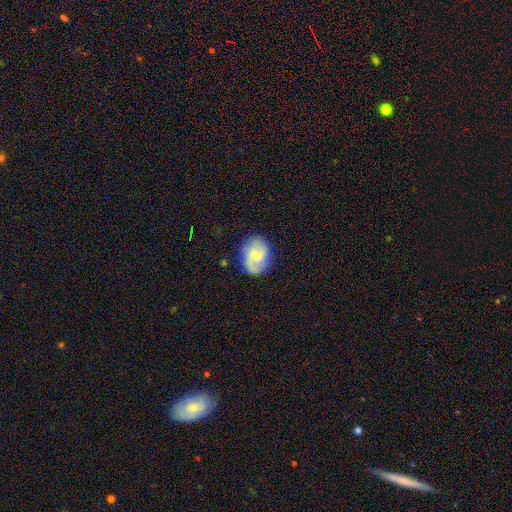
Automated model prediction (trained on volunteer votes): smooth-or-featured: featured or disk: 61% | smooth: 32% | star or artifact: 7%
  disk-edge-on: no: 98% | yes: 2%
    bar: weak: 53% | no: 39% | strong: 8%
    has-spiral-arms: yes: 91% | no: 9%
      spiral-winding: medium: 46% | loose: 33% | tight: 21%
      spiral-arm-count: 2: 79% | can't tell: 10% | 1: 5% | 3: 3% | 4: 1% | more than 4: 1%
    bulge-size: small: 54% | moderate: 32% | none: 11% | large: 3% | dominant: 1%
  merging: none: 79% | minor disturbance: 15% | major disturbance: 5% | merger: 1%